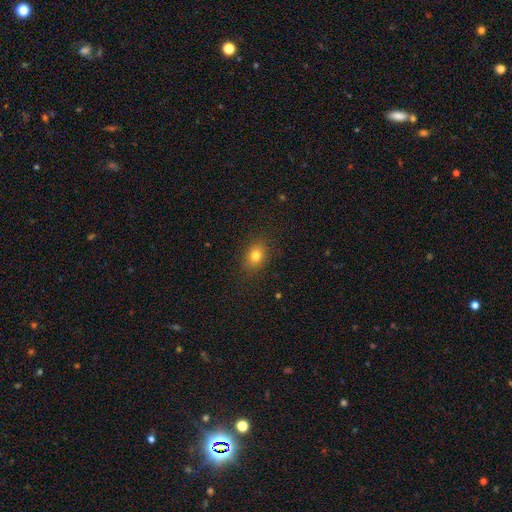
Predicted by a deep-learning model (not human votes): Smooth or featured? Predicted: smooth (p=0.79). How rounded? Predicted: in between (p=0.60). Merging? Predicted: none (p=0.86).